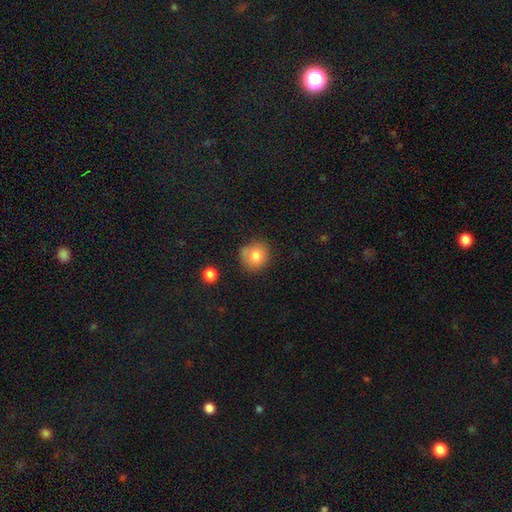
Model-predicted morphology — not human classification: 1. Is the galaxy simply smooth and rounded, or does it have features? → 79% smooth, 11% featured or disk, 10% star or artifact.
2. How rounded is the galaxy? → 85% round, 14% in between, 1% cigar-shaped.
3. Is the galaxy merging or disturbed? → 69% none, 20% minor disturbance, 6% merger, 5% major disturbance.